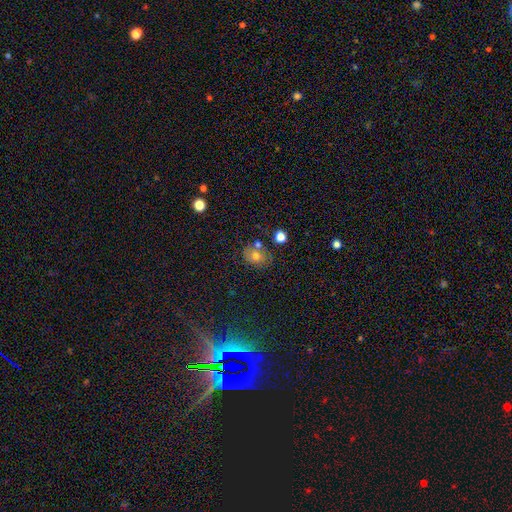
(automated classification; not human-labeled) This appears to be a smooth galaxy with no disk features (66%) that is round (52%). Merging: none (58%).